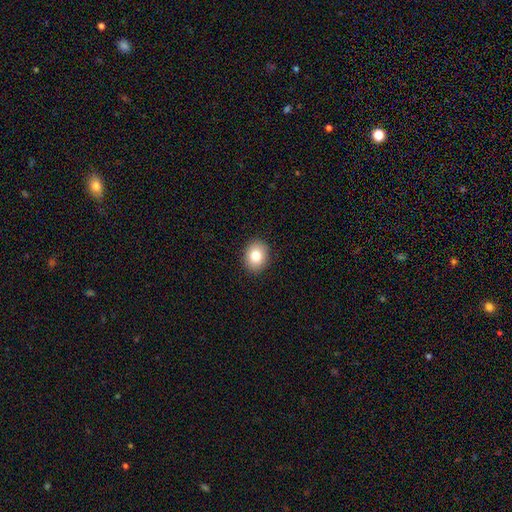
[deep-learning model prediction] smooth-or-featured: smooth: 80% | featured or disk: 10% | star or artifact: 10%
  how-rounded: round: 56% | in between: 43% | cigar-shaped: 1%
  merging: none: 91% | minor disturbance: 7% | major disturbance: 2% | merger: 1%